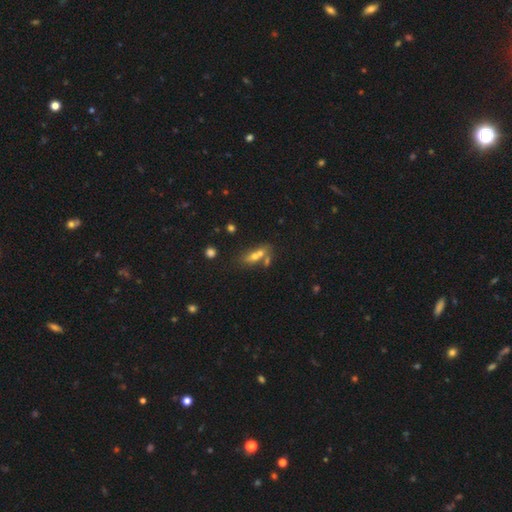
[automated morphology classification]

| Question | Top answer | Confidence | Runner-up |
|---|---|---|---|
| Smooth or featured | smooth | 57% | featured or disk (27%) |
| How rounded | in between | 66% | cigar-shaped (20%) |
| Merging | merger | 47% | none (36%) |